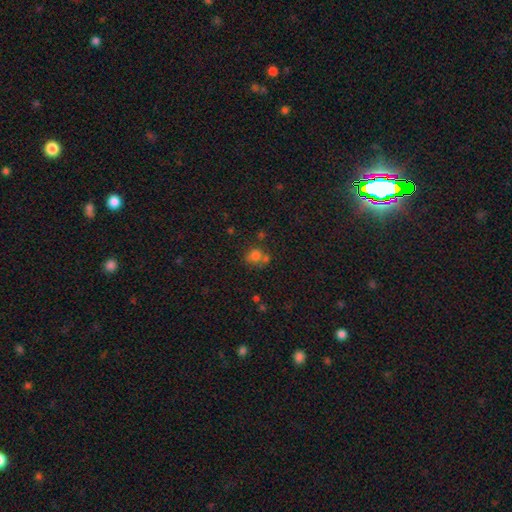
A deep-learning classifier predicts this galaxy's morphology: Smooth or featured? Predicted: smooth (p=0.73). How rounded? Predicted: round (p=0.75). Merging? Predicted: none (p=0.49).